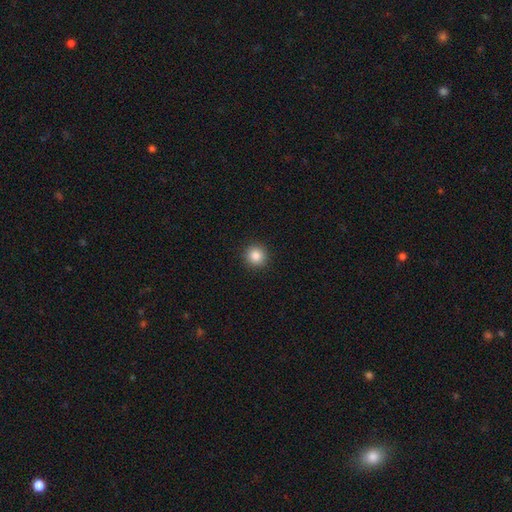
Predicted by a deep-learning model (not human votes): Smooth or featured? Predicted: smooth (p=0.86). How rounded? Predicted: round (p=0.94). Merging? Predicted: none (p=0.93).